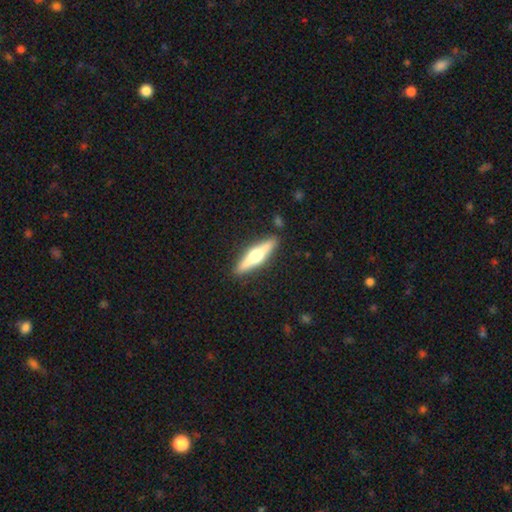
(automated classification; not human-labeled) Smooth or featured: featured or disk — 61% (smooth — 34%)
Edge-on disk: yes — 96% (no — 4%)
Edge-on bulge: rounded — 94% (boxy — 3%)
Merging: none — 89% (minor disturbance — 8%)